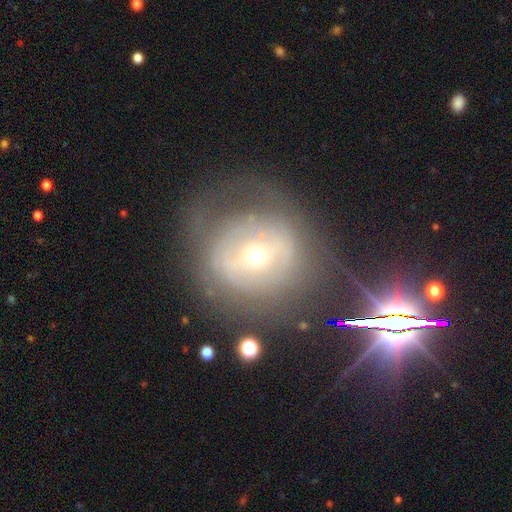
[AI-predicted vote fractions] smooth-or-featured: featured or disk: 53% | smooth: 31% | star or artifact: 17%
  disk-edge-on: no: 93% | yes: 7%
  merging: none: 61% | major disturbance: 18% | minor disturbance: 18% | merger: 3%